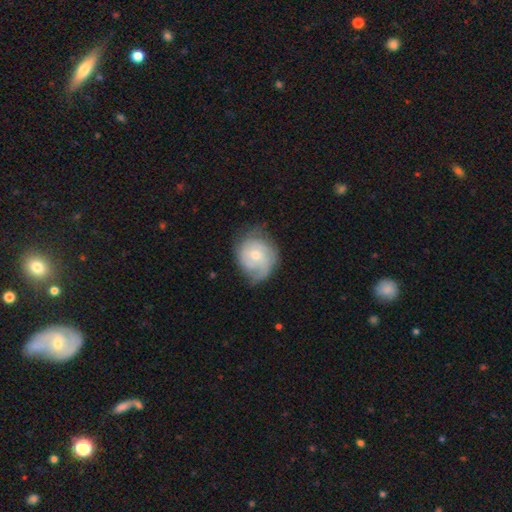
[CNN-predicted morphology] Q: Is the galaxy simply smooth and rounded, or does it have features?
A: featured or disk — 69%.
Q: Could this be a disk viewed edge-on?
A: no — 98%.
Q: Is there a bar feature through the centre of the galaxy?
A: no — 67%.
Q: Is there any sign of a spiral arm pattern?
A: yes — 90%.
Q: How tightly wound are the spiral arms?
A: tight — 56%.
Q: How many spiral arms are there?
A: can't tell — 35%.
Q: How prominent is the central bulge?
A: moderate — 49%.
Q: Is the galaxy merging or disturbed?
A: none — 62%.